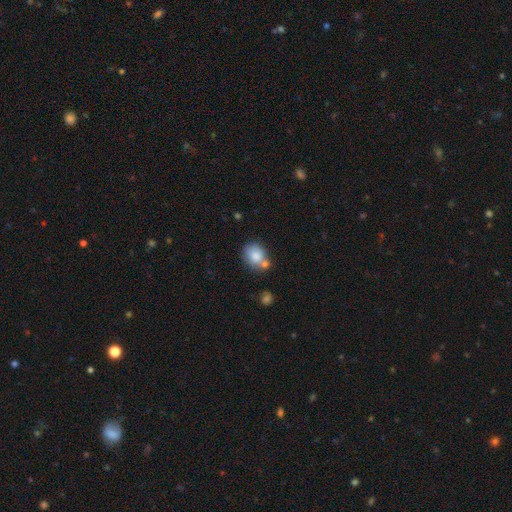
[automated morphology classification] This appears to be a smooth galaxy with no disk features (82%) that is round (54%). Merging: none (51%).